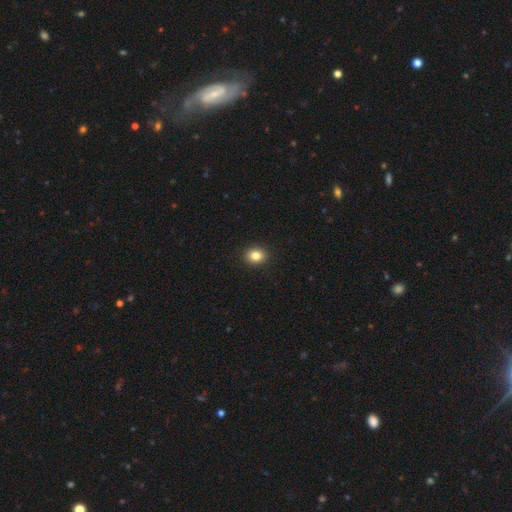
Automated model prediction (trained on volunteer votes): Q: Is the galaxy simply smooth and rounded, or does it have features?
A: smooth — 84%.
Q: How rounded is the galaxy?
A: round — 52%.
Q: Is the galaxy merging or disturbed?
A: none — 91%.